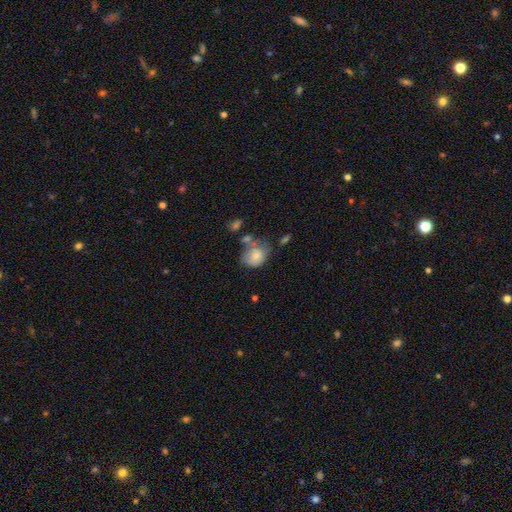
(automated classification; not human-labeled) The model was most divided on "how rounded": round: 54%, in between: 45%, cigar-shaped: 1%. Remaining: smooth or featured — smooth (73%); merging — none (37%).